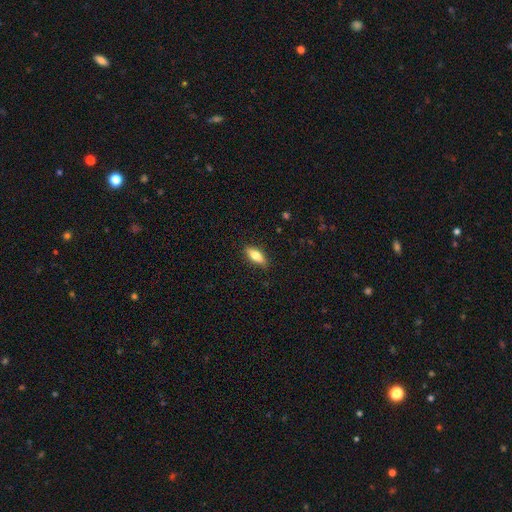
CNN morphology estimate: Smooth or featured? Predicted: smooth (p=0.66). How rounded? Predicted: in between (p=0.65). Merging? Predicted: none (p=0.84).